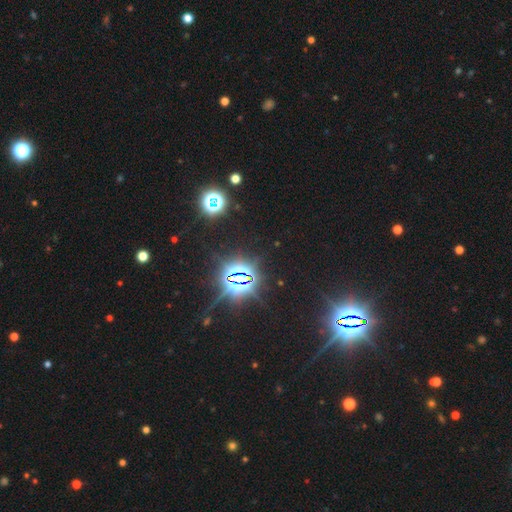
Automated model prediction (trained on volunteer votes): Smooth or featured? Predicted: star or artifact (p=0.82).